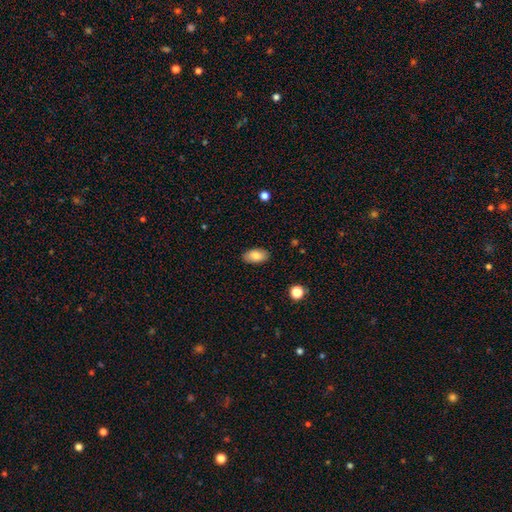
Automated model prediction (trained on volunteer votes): This appears to be a smooth galaxy with no disk features (83%) that is in between round and cigar-shaped (94%). Merging: none (88%).